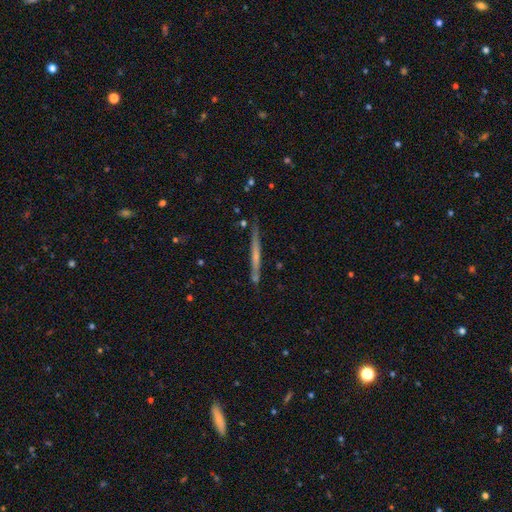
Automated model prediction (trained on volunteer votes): Morphology: type=featured or disk (58%); edge-on=yes (96%); edge-on bulge=none (65%); merging=none (81%).